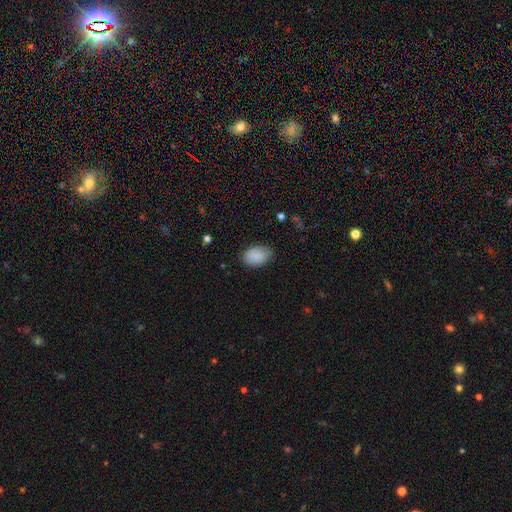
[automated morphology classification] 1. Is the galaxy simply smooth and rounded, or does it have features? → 88% smooth, 7% star or artifact, 5% featured or disk.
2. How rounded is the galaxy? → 85% in between, 14% round, 1% cigar-shaped.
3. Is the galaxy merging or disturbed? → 76% none, 20% minor disturbance, 4% major disturbance, 1% merger.